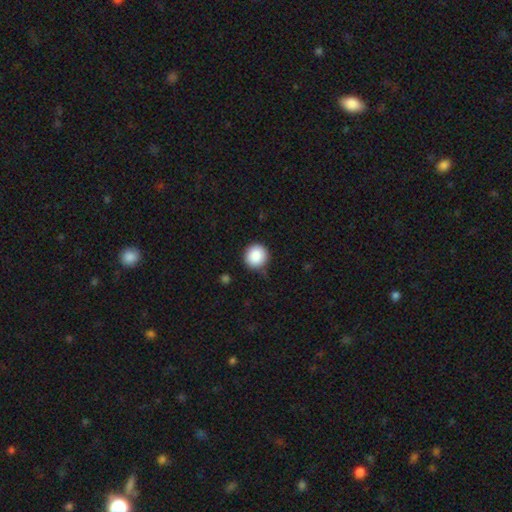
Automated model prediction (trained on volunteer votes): smooth 85%, star or artifact 8%, featured or disk 6%. Down the decision tree: how rounded — round (95%); merging — none (83%).